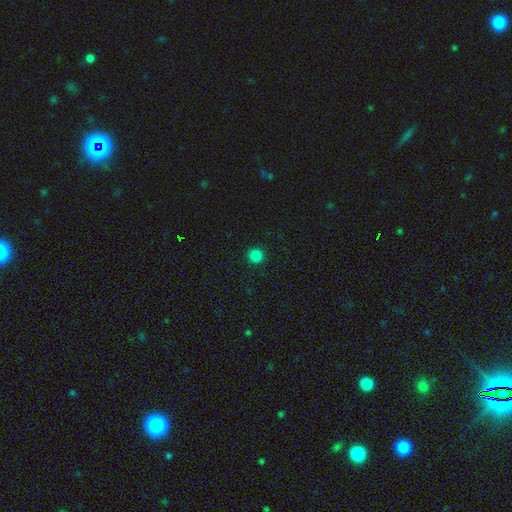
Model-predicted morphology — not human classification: smooth_or_featured: smooth (p=0.84) [alt: star or artifact p=0.13]
how_rounded: round (p=0.95) [alt: in between p=0.04]
merging: none (p=0.93) [alt: minor disturbance p=0.04]